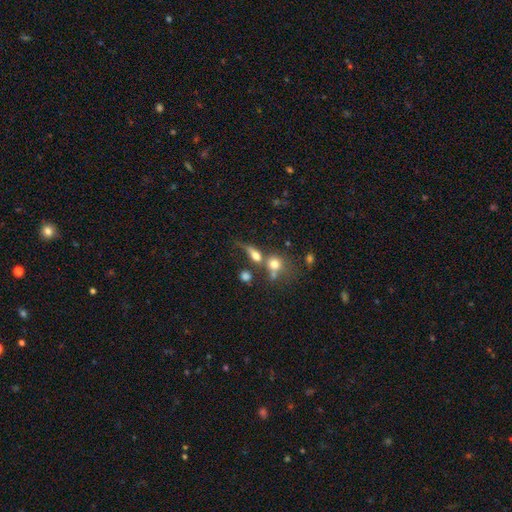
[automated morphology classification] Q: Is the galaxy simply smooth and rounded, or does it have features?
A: smooth — 64%.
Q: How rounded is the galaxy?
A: in between — 46%.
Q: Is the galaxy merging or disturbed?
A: merger — 40%.